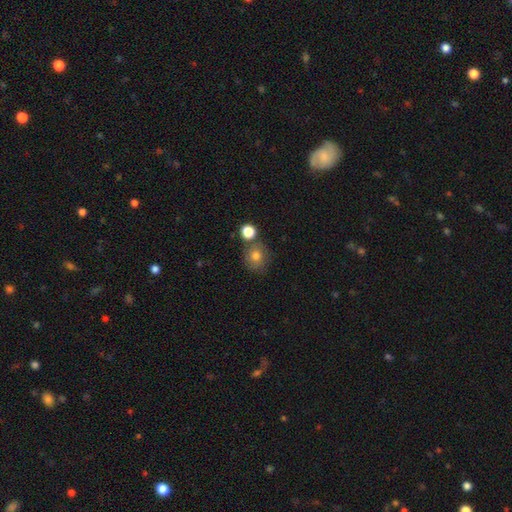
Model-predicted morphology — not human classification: smooth_or_featured: smooth (p=0.78) [alt: star or artifact p=0.12]
how_rounded: round (p=0.85) [alt: in between p=0.14]
merging: none (p=0.69) [alt: merger p=0.15]